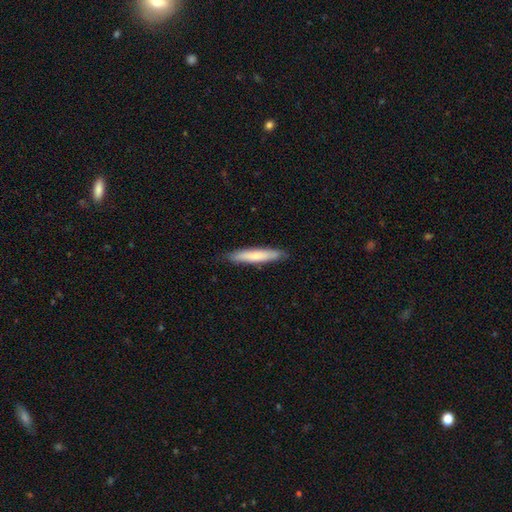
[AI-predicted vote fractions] A smooth galaxy with no disk features (72%) that is cigar-shaped (91%). Merging: none (88%).